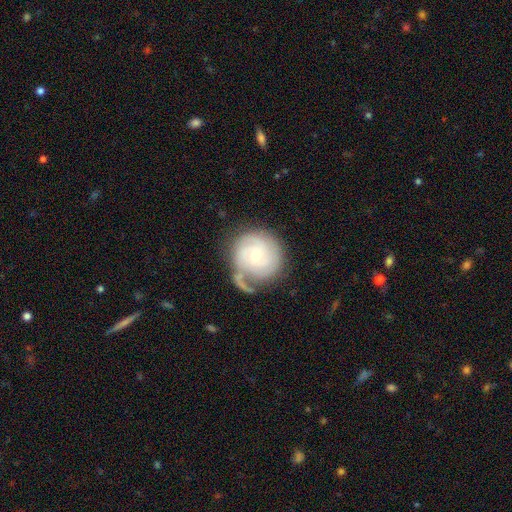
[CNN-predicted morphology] smooth_or_featured: featured or disk (p=0.68) [alt: smooth p=0.25]
disk_edge_on: no (p=0.97) [alt: yes p=0.03]
bar: no (p=0.73) [alt: weak p=0.23]
has_spiral_arms: yes (p=0.87) [alt: no p=0.13]
spiral_winding: tight (p=0.64) [alt: medium p=0.26]
spiral_arm_count: can't tell (p=0.33) [alt: 2 p=0.29]
bulge_size: moderate (p=0.55) [alt: small p=0.40]
merging: none (p=0.53) [alt: minor disturbance p=0.22]